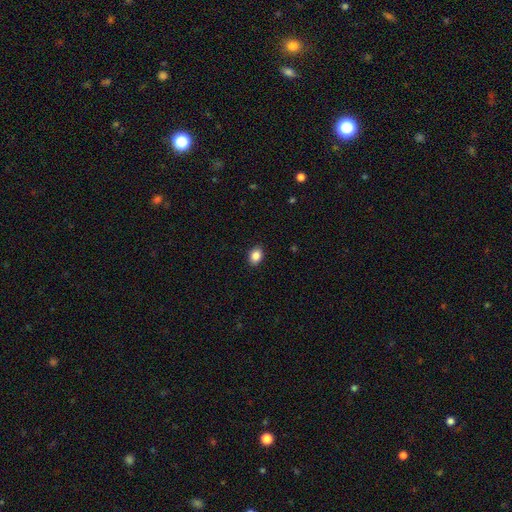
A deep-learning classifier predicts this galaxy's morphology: A smooth galaxy with no disk features (86%) that is in between round and cigar-shaped (70%). Merging: none (90%).